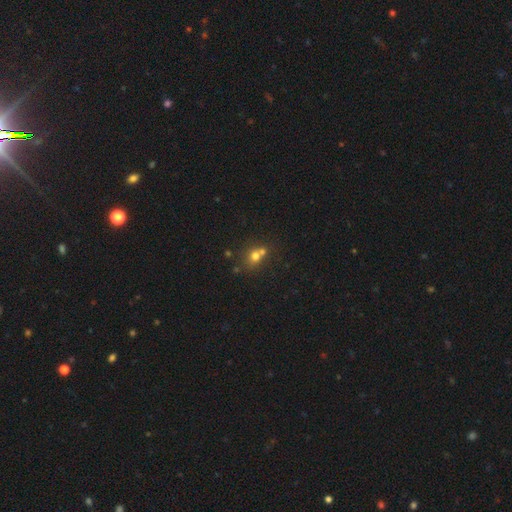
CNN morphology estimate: smooth-or-featured: smooth: 69% | star or artifact: 17% | featured or disk: 14%
  how-rounded: round: 73% | in between: 26% | cigar-shaped: 1%
  merging: merger: 47% | none: 41% | minor disturbance: 8% | major disturbance: 4%